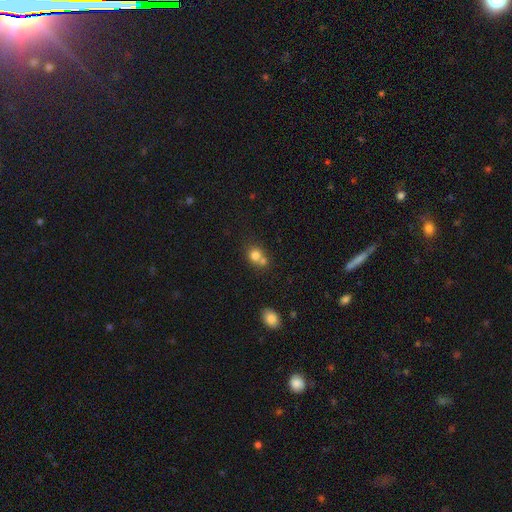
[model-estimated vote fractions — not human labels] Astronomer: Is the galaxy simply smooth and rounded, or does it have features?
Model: smooth — 78%.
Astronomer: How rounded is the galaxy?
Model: round — 75%.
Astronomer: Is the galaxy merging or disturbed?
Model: merger — 48% (runner-up: none, 40%).